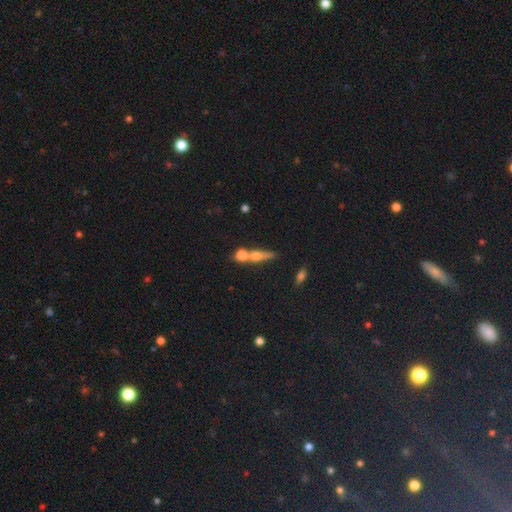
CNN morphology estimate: This appears to be a smooth galaxy with no disk features (52%) that is cigar-shaped (56%). Merging: none (45%).